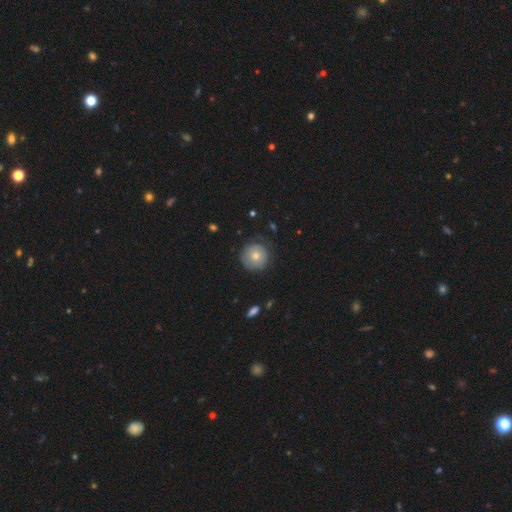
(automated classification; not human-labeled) Smooth or featured? Predicted: smooth (p=0.68). How rounded? Predicted: round (p=0.94). Merging? Predicted: none (p=0.77).